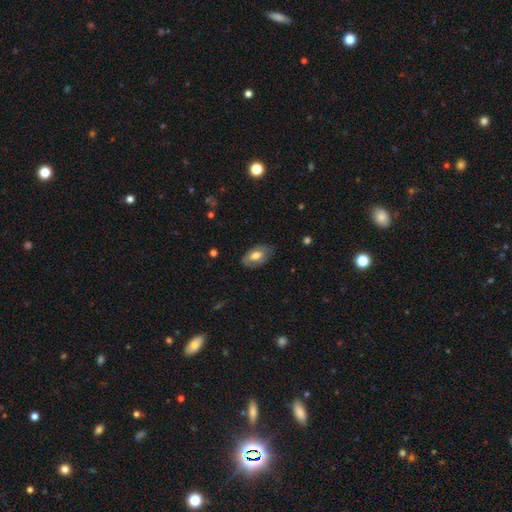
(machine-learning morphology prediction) type=smooth (55%); roundness=in between (92%); merging=none (73%).